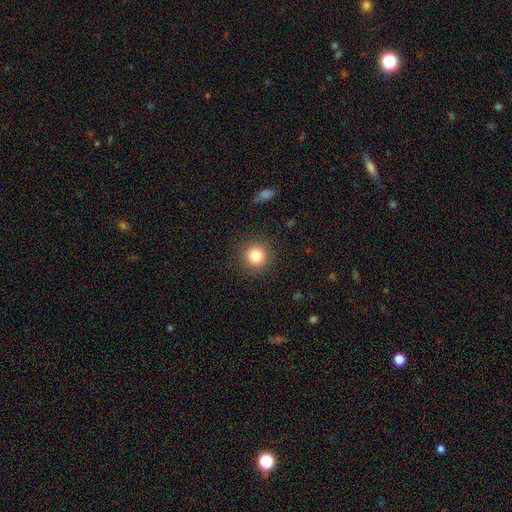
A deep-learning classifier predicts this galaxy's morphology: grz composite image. It shows a smooth galaxy with no disk features (83%) that is round (94%). Merging: none (90%).